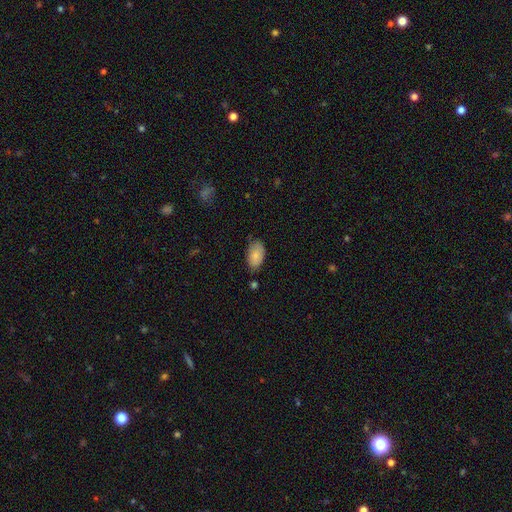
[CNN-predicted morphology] Smooth or featured: smooth — 83% (featured or disk — 10%)
How rounded: in between — 93% (round — 5%)
Merging: none — 64% (minor disturbance — 28%)